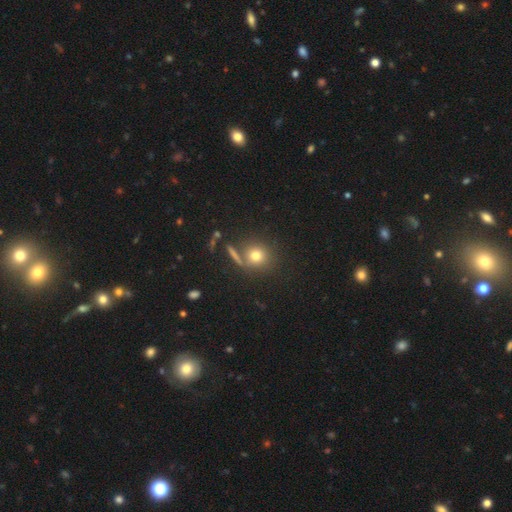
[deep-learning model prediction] Smooth or featured? Predicted: smooth (p=0.74). How rounded? Predicted: round (p=0.88). Merging? Predicted: none (p=0.71).